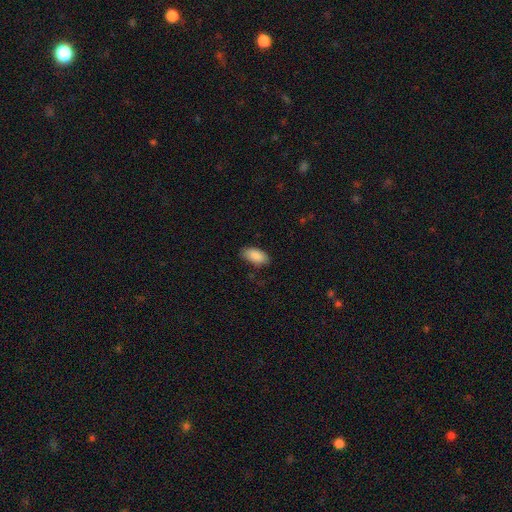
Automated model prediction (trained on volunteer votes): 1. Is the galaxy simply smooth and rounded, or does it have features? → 89% smooth, 6% star or artifact, 5% featured or disk.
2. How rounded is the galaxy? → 94% in between, 4% cigar-shaped, 2% round.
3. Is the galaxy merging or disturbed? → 80% none, 15% minor disturbance, 3% major disturbance, 1% merger.